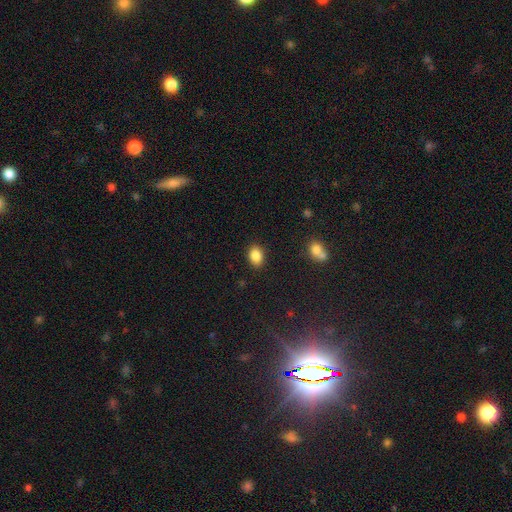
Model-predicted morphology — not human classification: Smooth or featured? Predicted: smooth (p=0.86). How rounded? Predicted: in between (p=0.73). Merging? Predicted: none (p=0.87).